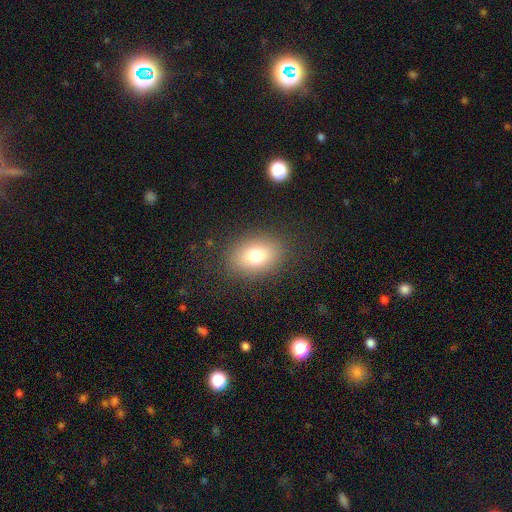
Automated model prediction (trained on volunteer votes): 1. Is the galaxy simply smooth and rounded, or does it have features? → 75% smooth, 13% star or artifact, 12% featured or disk.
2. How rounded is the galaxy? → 71% in between, 28% round, 1% cigar-shaped.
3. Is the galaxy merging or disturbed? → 86% none, 9% minor disturbance, 4% major disturbance, 1% merger.